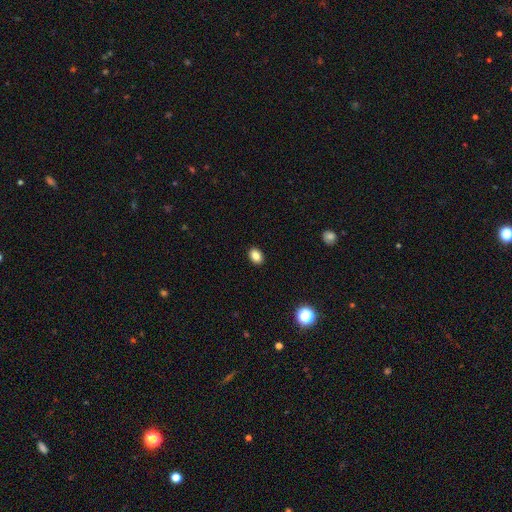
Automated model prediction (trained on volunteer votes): Morphology: type=smooth (85%); roundness=in between (74%); merging=none (91%).